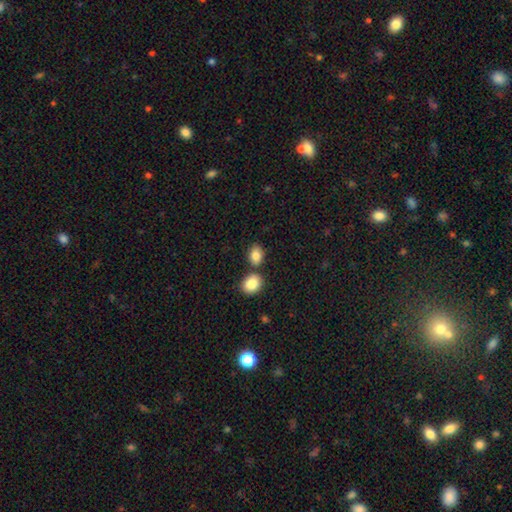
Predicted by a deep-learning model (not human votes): Q: Smooth or featured?
A: smooth (86%); runner-up: star or artifact (9%)
Q: How rounded?
A: in between (72%); runner-up: round (27%)
Q: Merging?
A: none (61%); runner-up: merger (25%)